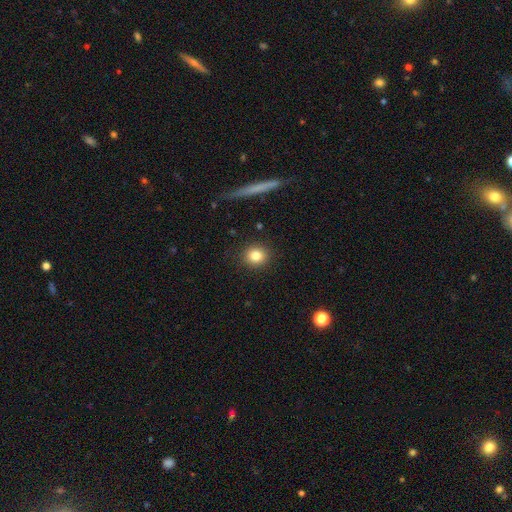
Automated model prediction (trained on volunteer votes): A smooth galaxy with no disk features (82%) that is round (86%). Merging: none (90%).